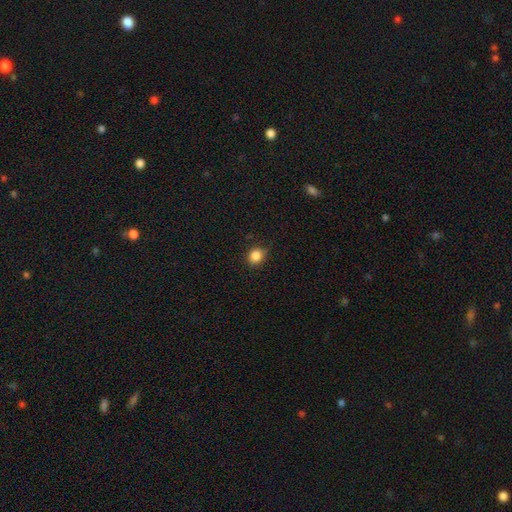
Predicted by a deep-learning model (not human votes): A smooth galaxy with no disk features (85%) that is round (80%).

Vote fractions:
- Smooth or featured? smooth: 85% / star or artifact: 11% / featured or disk: 4%
- How rounded? round: 80% / in between: 19% / cigar-shaped: 1%
- Merging? none: 77% / minor disturbance: 18% / major disturbance: 3% / merger: 1%